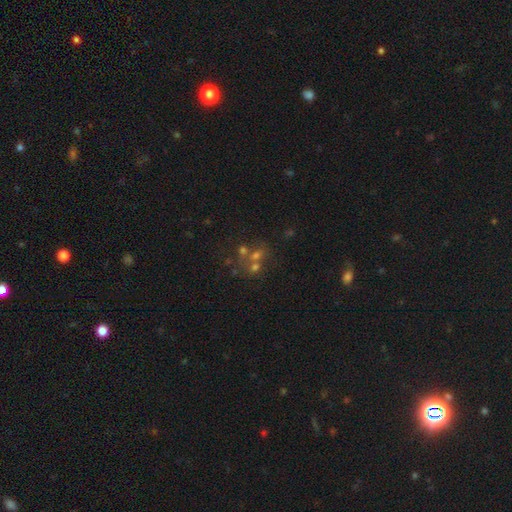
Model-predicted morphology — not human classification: Smooth or featured? Predicted: star or artifact (p=0.38).